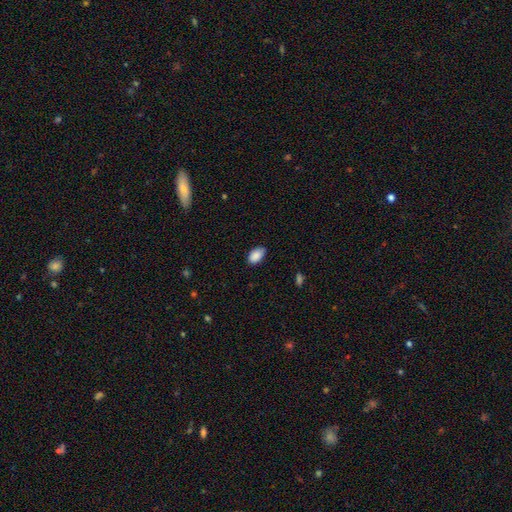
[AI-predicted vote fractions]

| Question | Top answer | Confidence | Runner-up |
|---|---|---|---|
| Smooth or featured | smooth | 89% | star or artifact (7%) |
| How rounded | in between | 93% | round (5%) |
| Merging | none | 78% | minor disturbance (18%) |